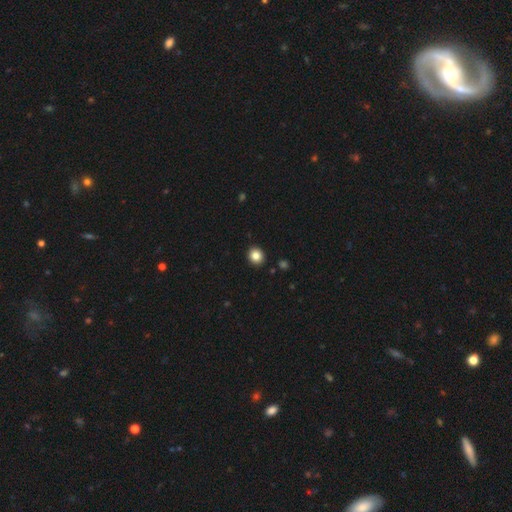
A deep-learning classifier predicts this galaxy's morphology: This appears to be a smooth galaxy with no disk features (84%) that is round (82%). Merging: none (92%).